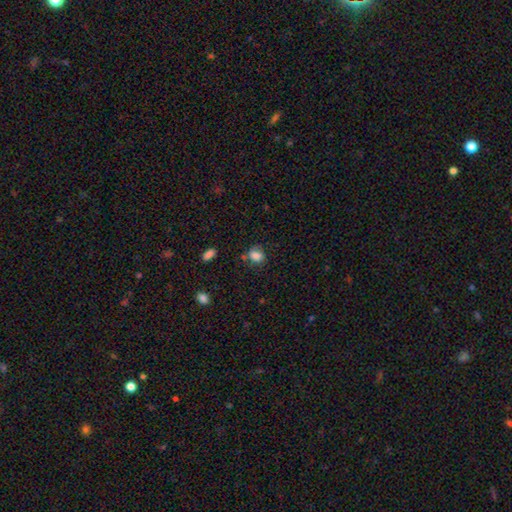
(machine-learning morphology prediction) smooth 78%, featured or disk 11%, star or artifact 11%. Down the decision tree: how rounded — round (52%); merging — none (58%).